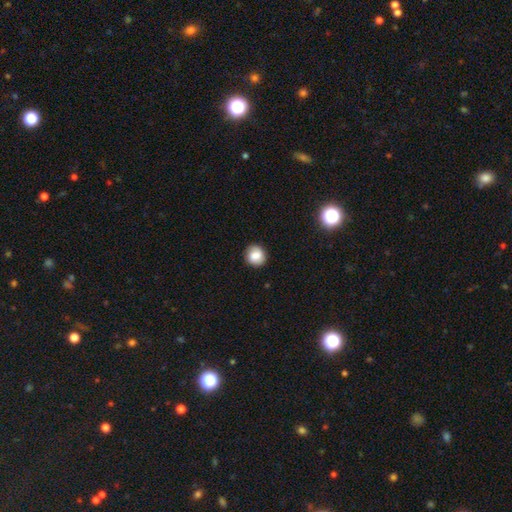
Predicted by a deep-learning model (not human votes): Morphology: type=smooth (77%); roundness=round (86%); merging=none (87%).